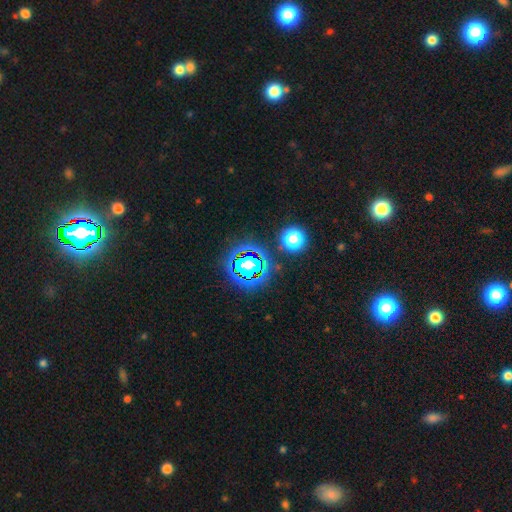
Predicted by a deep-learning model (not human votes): Overall: star or artifact (80%).